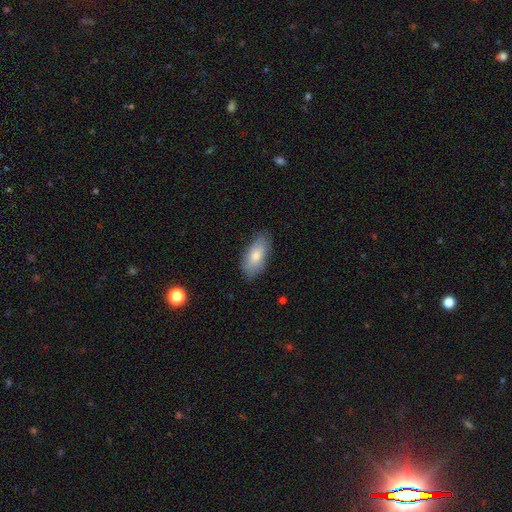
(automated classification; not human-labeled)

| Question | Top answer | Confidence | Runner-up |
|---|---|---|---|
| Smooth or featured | smooth | 78% | featured or disk (16%) |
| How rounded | in between | 89% | cigar-shaped (8%) |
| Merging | none | 79% | minor disturbance (16%) |